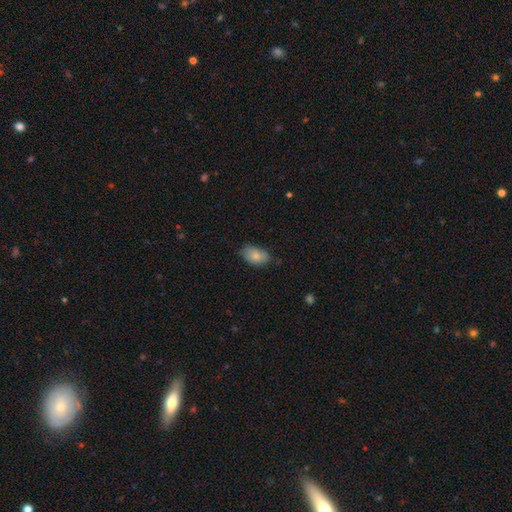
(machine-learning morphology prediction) This appears to be a smooth galaxy with no disk features (82%) that is in between round and cigar-shaped (91%). Merging: none (70%).